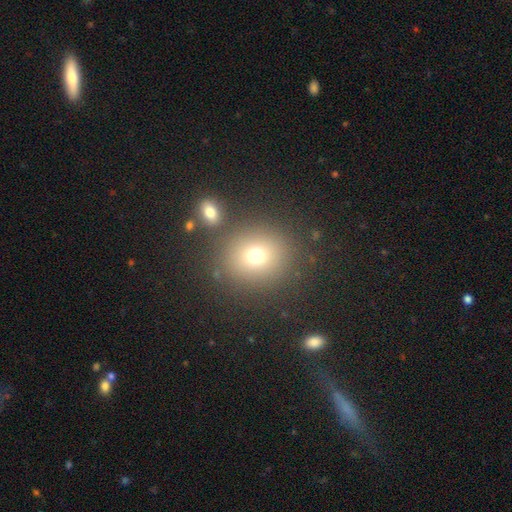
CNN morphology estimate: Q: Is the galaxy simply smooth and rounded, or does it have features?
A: smooth — 71%.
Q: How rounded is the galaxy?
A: round — 80%.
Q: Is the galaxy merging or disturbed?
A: none — 79%.